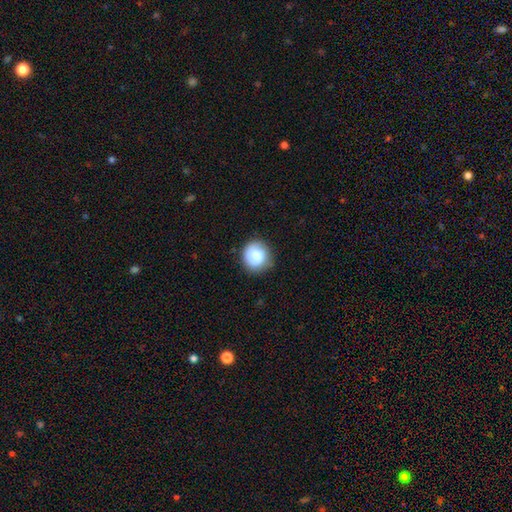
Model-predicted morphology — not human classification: Smooth or featured: smooth — 75% (featured or disk — 17%)
How rounded: round — 89% (in between — 10%)
Merging: none — 81% (minor disturbance — 14%)